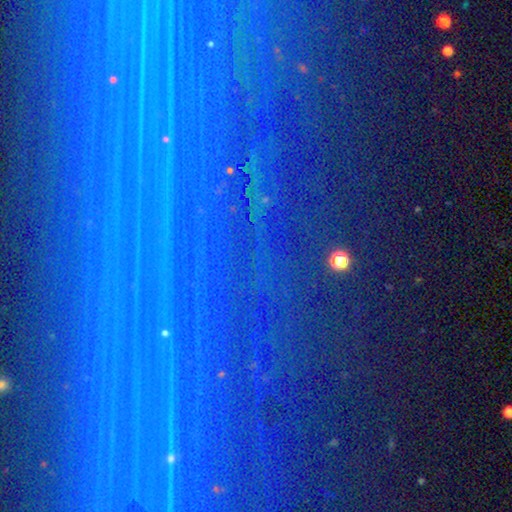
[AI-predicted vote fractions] smooth-or-featured: star or artifact: 86% | featured or disk: 7% | smooth: 7%